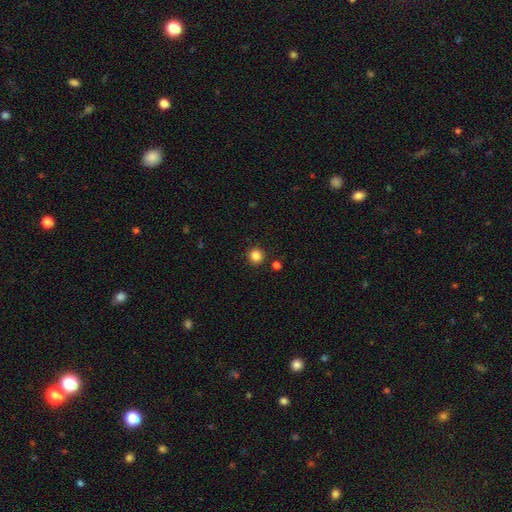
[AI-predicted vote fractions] smooth 85%, star or artifact 12%, featured or disk 3%. Down the decision tree: how rounded — round (94%); merging — none (90%).